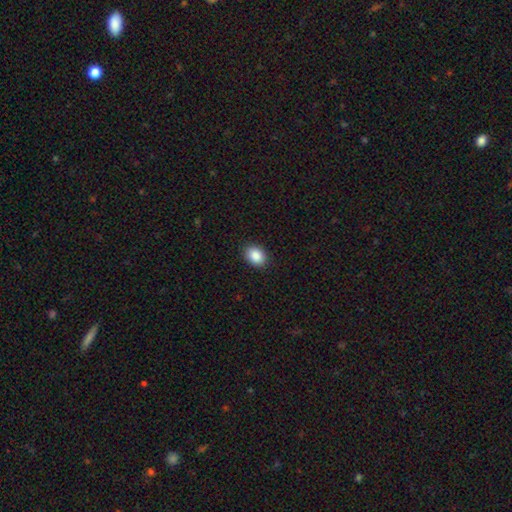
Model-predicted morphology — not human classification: Smooth or featured: smooth — 89% (star or artifact — 8%)
How rounded: in between — 71% (round — 28%)
Merging: none — 90% (minor disturbance — 7%)